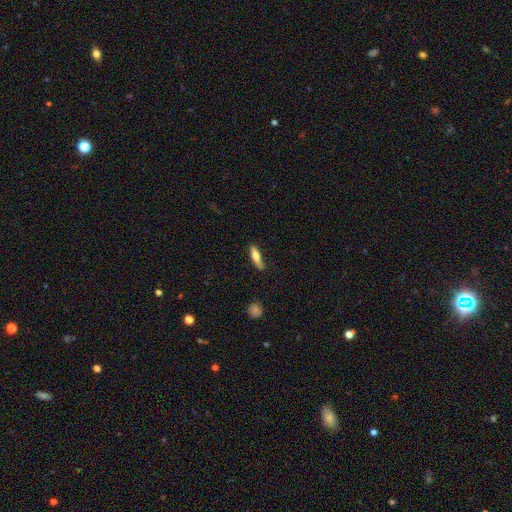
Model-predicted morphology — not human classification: smooth_or_featured: smooth (p=0.67) [alt: featured or disk p=0.27]
how_rounded: cigar-shaped (p=0.67) [alt: in between p=0.31]
merging: none (p=0.74) [alt: minor disturbance p=0.21]